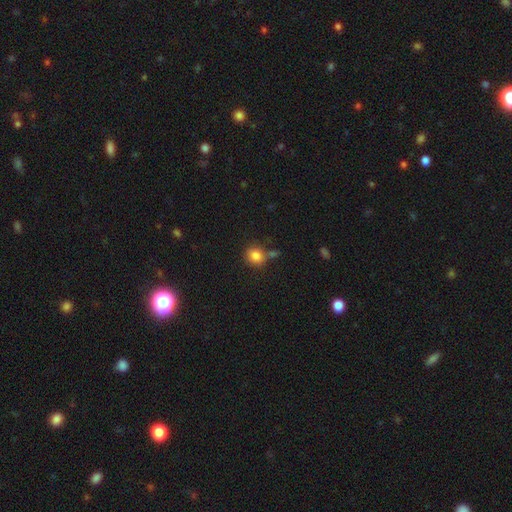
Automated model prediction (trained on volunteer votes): Smooth or featured? Predicted: smooth (p=0.85). How rounded? Predicted: round (p=0.70). Merging? Predicted: none (p=0.68).